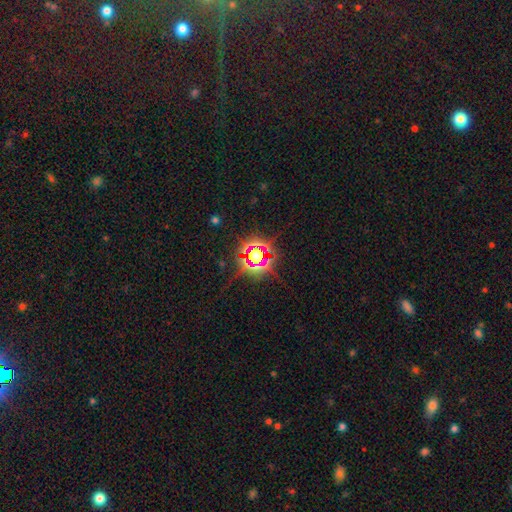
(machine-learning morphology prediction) This is likely a star or artifact rather than a galaxy (73%).